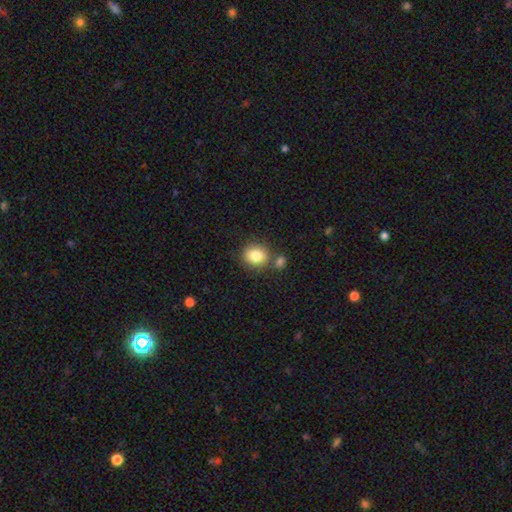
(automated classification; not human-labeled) A smooth galaxy with no disk features (82%) that is round (79%). Merging: none (69%).